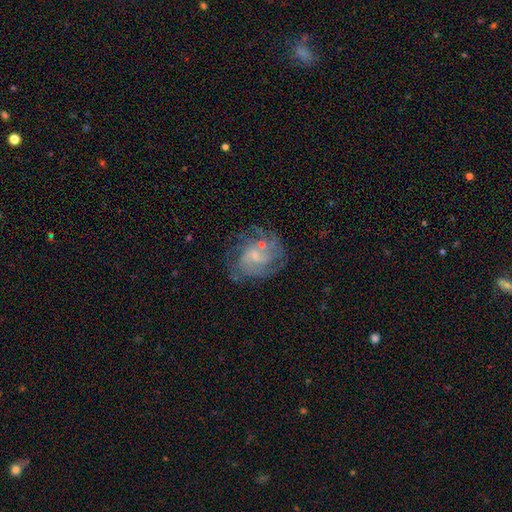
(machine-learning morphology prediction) A featured or disk galaxy (74%) with no bar (53%), medium (42%) spiral arms (83%) and a small central bulge (65%).

Vote fractions:
- Smooth or featured? featured or disk: 74% / smooth: 17% / star or artifact: 10%
- Edge-on disk? no: 98% / yes: 2%
- Bar? no: 53% / weak: 40% / strong: 7%
- Spiral arms? yes: 83% / no: 17%
- Spiral winding? medium: 42% / tight: 41% / loose: 17%
- Spiral arm count? can't tell: 39% / 3: 21% / 2: 18% / 4: 12% / 1: 6% / more than 4: 5%
- Bulge size? small: 65% / moderate: 21% / none: 12% / large: 2% / dominant: 1%
- Merging? none: 60% / minor disturbance: 18% / major disturbance: 14% / merger: 7%